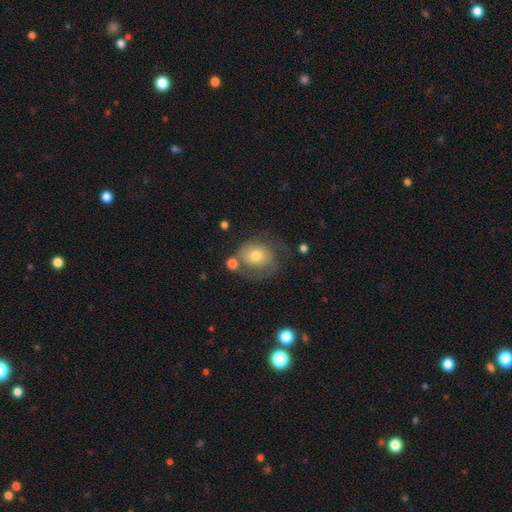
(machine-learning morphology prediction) Smooth or featured?
  - featured or disk: 52% *
  - smooth: 40%
  - star or artifact: 8%
Edge-on disk?
  - no: 97% *
  - yes: 3%
Bar?
  - no: 79% *
  - weak: 17%
  - strong: 3%
Spiral arms?
  - yes: 74% *
  - no: 26%
Bulge size?
  - moderate: 64% *
  - small: 27%
  - large: 6%
  - none: 1%
  - dominant: 1%
Merging?
  - none: 47% *
  - minor disturbance: 22%
  - major disturbance: 20%
  - merger: 11%